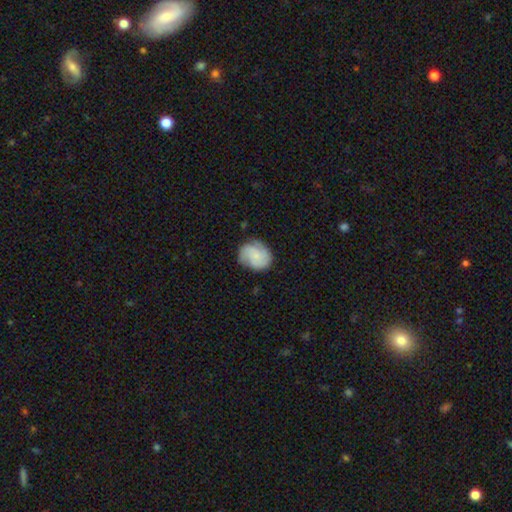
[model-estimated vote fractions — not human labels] Q: Smooth or featured?
A: smooth (48%); runner-up: featured or disk (45%)
Q: Merging?
A: none (67%); runner-up: minor disturbance (24%)